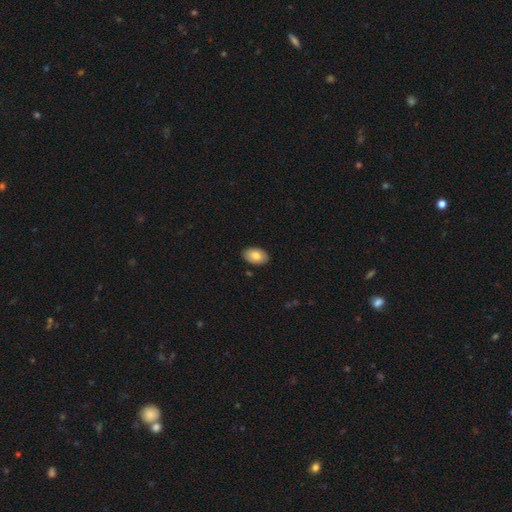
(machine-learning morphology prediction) Q: Smooth or featured?
A: smooth (81%); runner-up: featured or disk (13%)
Q: How rounded?
A: in between (92%); runner-up: round (7%)
Q: Merging?
A: none (89%); runner-up: minor disturbance (8%)